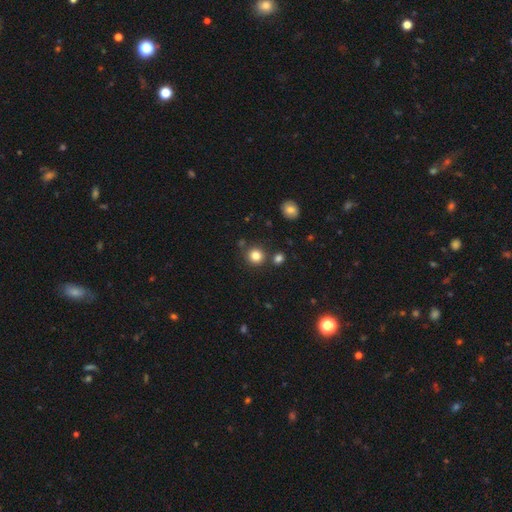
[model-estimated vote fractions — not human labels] The model was most divided on "smooth or featured": smooth: 83%, star or artifact: 12%, featured or disk: 5%. More confident: how rounded — round (90%); merging — none (80%).